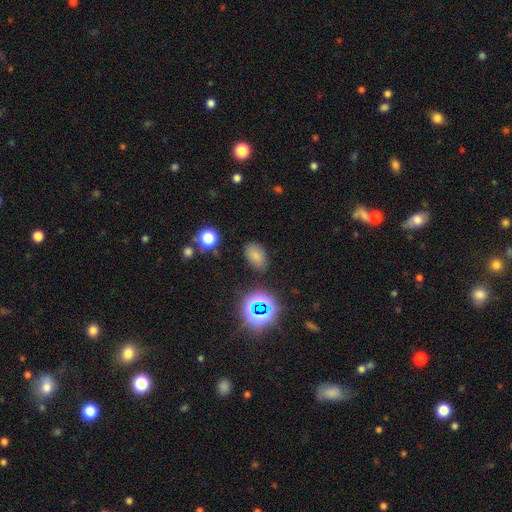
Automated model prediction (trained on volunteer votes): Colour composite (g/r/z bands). It shows a smooth galaxy with no disk features (70%) that is in between round and cigar-shaped (87%). Merging: none (79%).